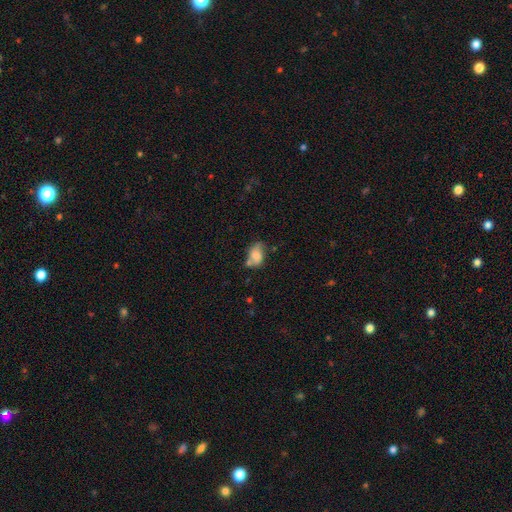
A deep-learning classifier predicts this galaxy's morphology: type=smooth (64%); roundness=in between (80%); merging=none (38%).